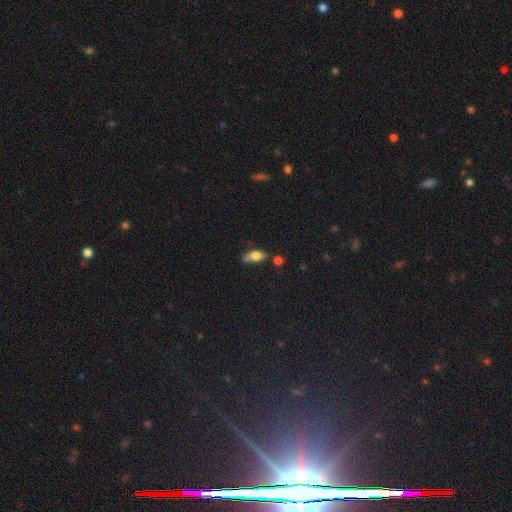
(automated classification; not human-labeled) Smooth or featured? smooth (73%)
How rounded? in between (81%)
Merging? none (39%)